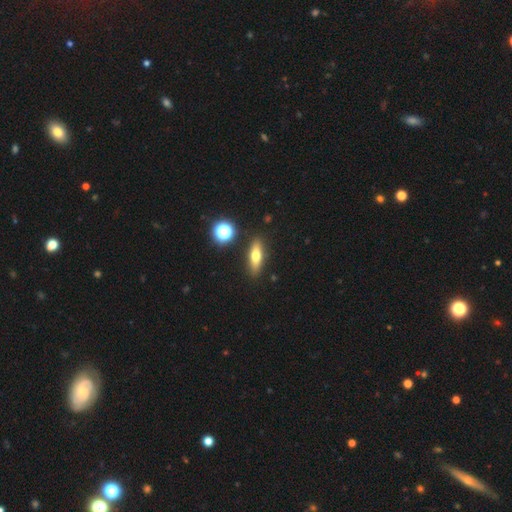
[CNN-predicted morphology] smooth-or-featured: smooth: 61% | featured or disk: 30% | star or artifact: 9%
  how-rounded: cigar-shaped: 48% | in between: 45% | round: 7%
  merging: none: 87% | minor disturbance: 8% | merger: 3% | major disturbance: 2%